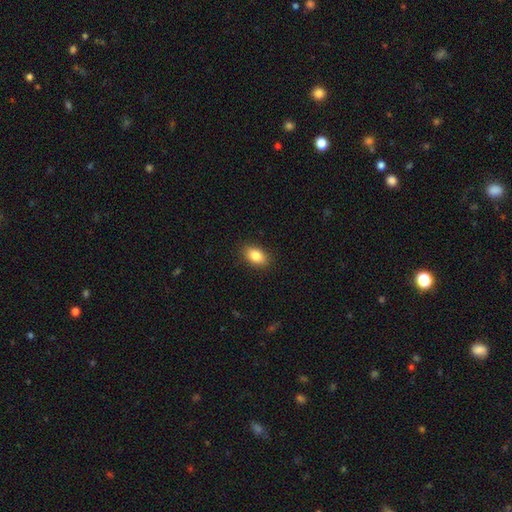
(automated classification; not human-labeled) Q: Smooth or featured?
A: smooth (86%); runner-up: star or artifact (8%)
Q: How rounded?
A: in between (89%); runner-up: round (10%)
Q: Merging?
A: none (88%); runner-up: minor disturbance (8%)